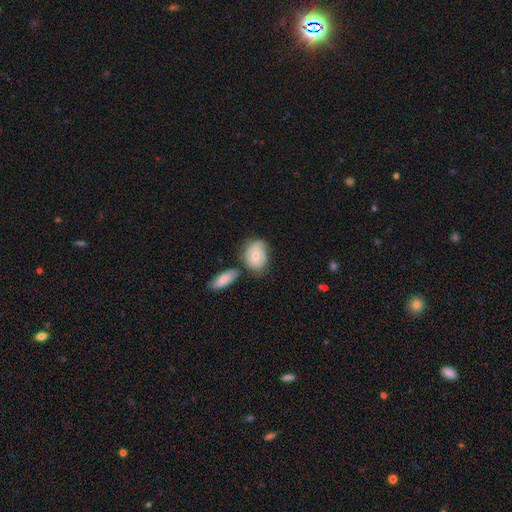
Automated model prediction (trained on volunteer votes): smooth_or_featured: smooth (p=0.54) [alt: featured or disk p=0.40]
how_rounded: in between (p=0.61) [alt: round p=0.37]
merging: none (p=0.50) [alt: minor disturbance p=0.26]